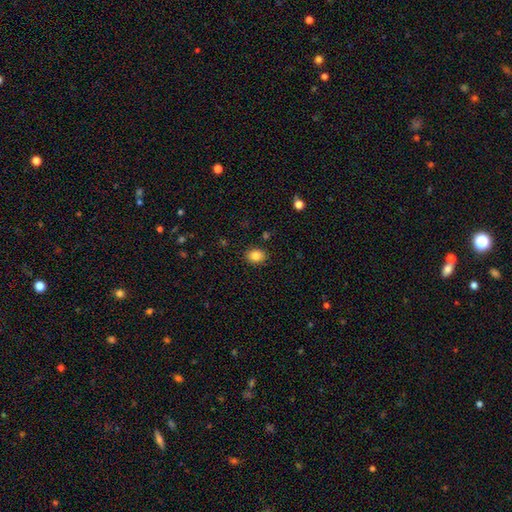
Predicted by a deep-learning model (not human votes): Morphology: type=smooth (84%); roundness=in between (50%); merging=none (88%).